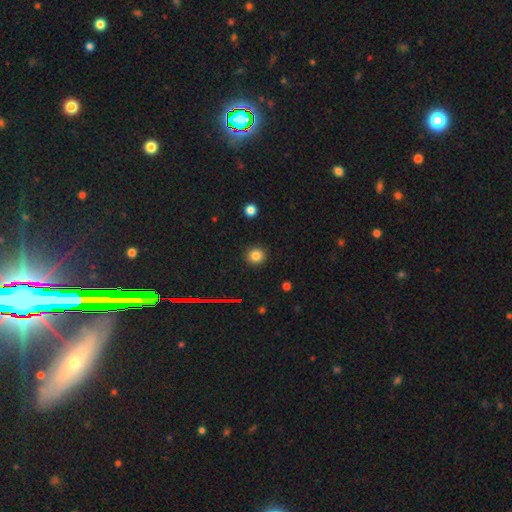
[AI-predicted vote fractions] This is clearly a smooth galaxy (81%). How rounded: clearly round (93%). Merging: clearly none (92%).